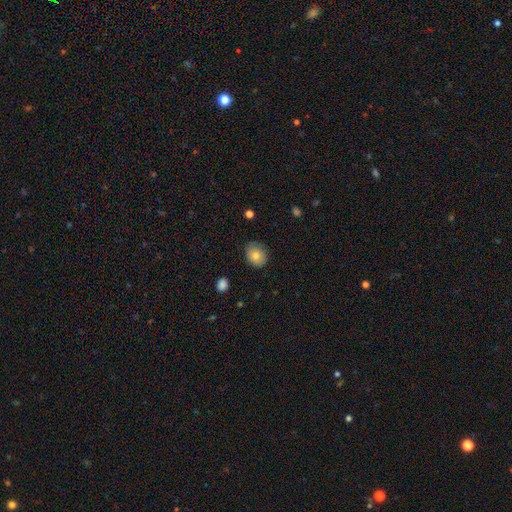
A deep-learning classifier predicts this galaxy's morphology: This is likely a smooth galaxy (77%). How rounded: possibly round (55%). Merging: likely none (78%).